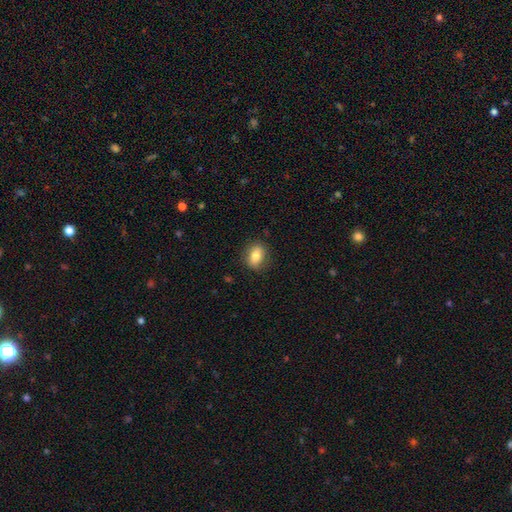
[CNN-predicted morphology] Smooth or featured? smooth (78%)
How rounded? in between (70%)
Merging? none (83%)